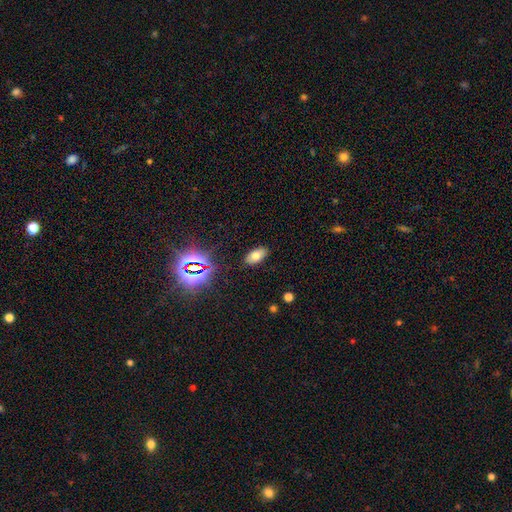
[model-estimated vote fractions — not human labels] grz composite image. It shows a smooth galaxy with no disk features (69%) that is in between round and cigar-shaped (92%). Merging: none (87%).